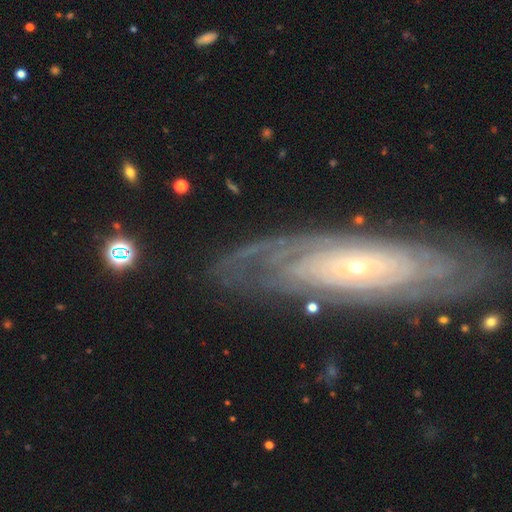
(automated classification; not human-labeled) A featured or disk galaxy (82%) with no bar (81%), tight (82%) spiral arms (89%) and a small central bulge (80%).

Vote fractions:
- Smooth or featured? featured or disk: 82% / smooth: 10% / star or artifact: 7%
- Edge-on disk? no: 87% / yes: 13%
- Bar? no: 81% / weak: 13% / strong: 6%
- Spiral arms? yes: 89% / no: 11%
- Spiral winding? tight: 82% / medium: 14% / loose: 4%
- Spiral arm count? can't tell: 50% / 2: 14% / more than 4: 10% / 3: 9% / 4: 9% / 1: 6%
- Bulge size? small: 80% / moderate: 16% / large: 2% / dominant: 1% / none: 1%
- Merging? none: 79% / minor disturbance: 13% / major disturbance: 6% / merger: 2%